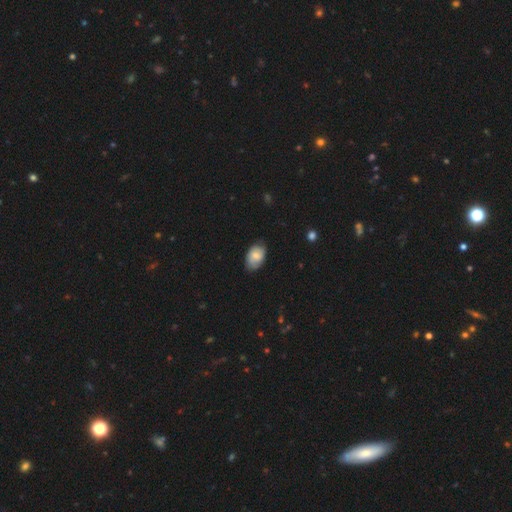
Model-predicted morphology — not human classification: smooth 72%, featured or disk 22%, star or artifact 7%. Down the decision tree: how rounded — in between (87%); merging — none (71%).